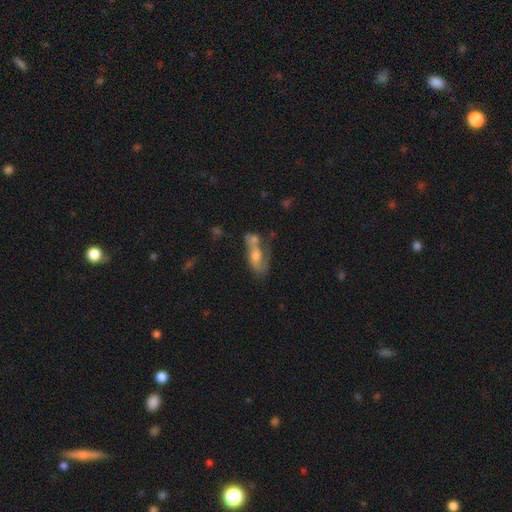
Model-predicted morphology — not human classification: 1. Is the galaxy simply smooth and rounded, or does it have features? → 45% smooth, 44% featured or disk, 11% star or artifact.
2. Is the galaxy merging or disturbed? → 45% merger, 23% none, 17% major disturbance, 14% minor disturbance.